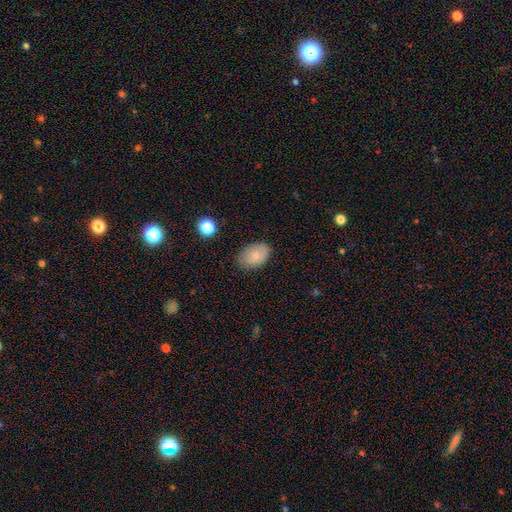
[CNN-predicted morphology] smooth_or_featured: smooth (p=0.81) [alt: featured or disk p=0.11]
how_rounded: in between (p=0.88) [alt: round p=0.10]
merging: none (p=0.80) [alt: minor disturbance p=0.15]